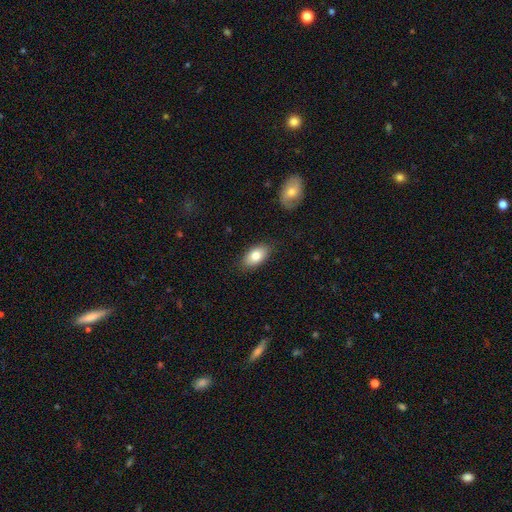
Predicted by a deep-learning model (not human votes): Morphology: type=smooth (79%); roundness=in between (92%); merging=none (85%).